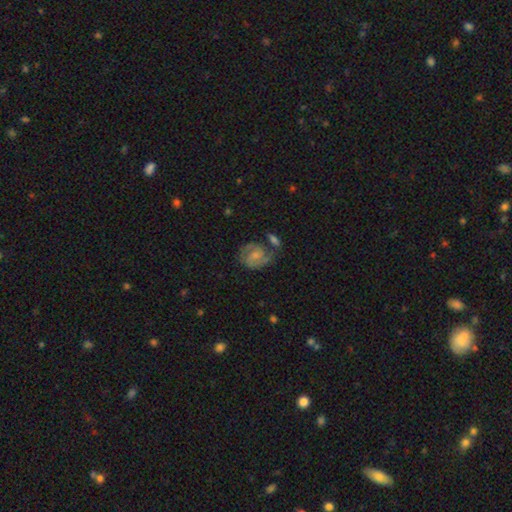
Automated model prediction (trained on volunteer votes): This appears to be a featured or disk galaxy (70%) with no bar (50%), 2 (78%) medium (46%) spiral arms (91%) and a small central bulge (47%). Merging: none (57%).